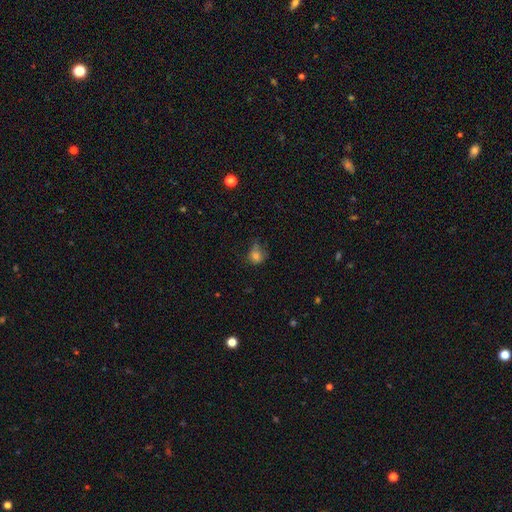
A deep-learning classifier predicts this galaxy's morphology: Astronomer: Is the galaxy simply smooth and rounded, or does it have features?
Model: smooth — 74%.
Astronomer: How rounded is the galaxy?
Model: round — 61% (runner-up: in between, 37%).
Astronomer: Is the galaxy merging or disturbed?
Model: none — 44% (runner-up: minor disturbance, 32%).